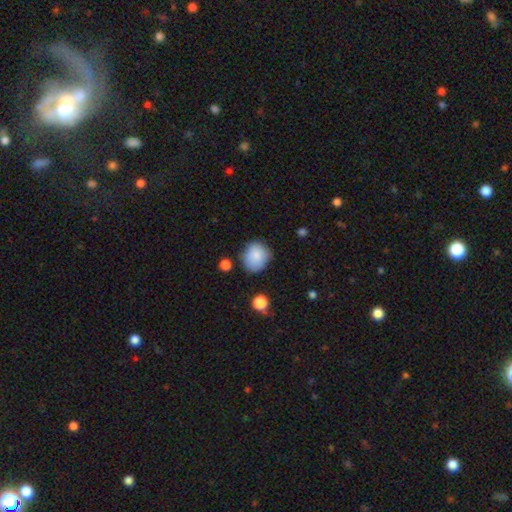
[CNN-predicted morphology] type=smooth (85%); roundness=round (79%); merging=none (70%).